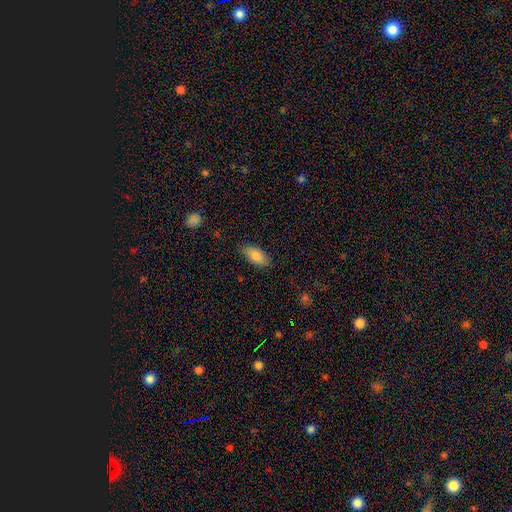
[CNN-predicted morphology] Overall: smooth (85%). How rounded: in between (89%). Merging: none (81%).